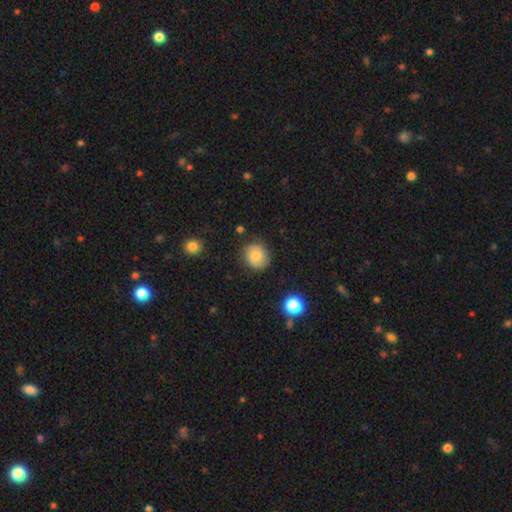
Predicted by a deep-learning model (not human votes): The model was most divided on "how rounded": round: 80%, in between: 19%, cigar-shaped: 1%. More confident: merging — none (82%); smooth or featured — smooth (79%).